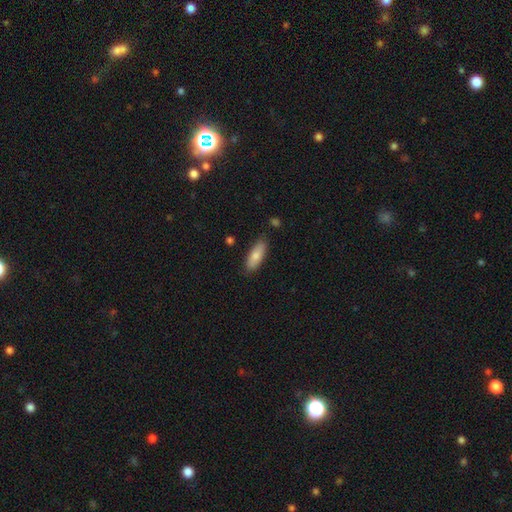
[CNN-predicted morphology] The model was most divided on "how rounded": in between: 68%, cigar-shaped: 30%, round: 2%. More confident: merging — none (83%); smooth or featured — smooth (79%).